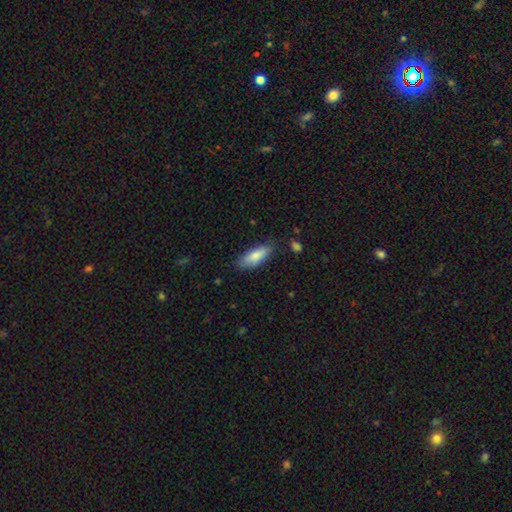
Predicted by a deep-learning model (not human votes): This is clearly a smooth galaxy (82%). How rounded: likely in between (69%). Merging: likely none (78%).